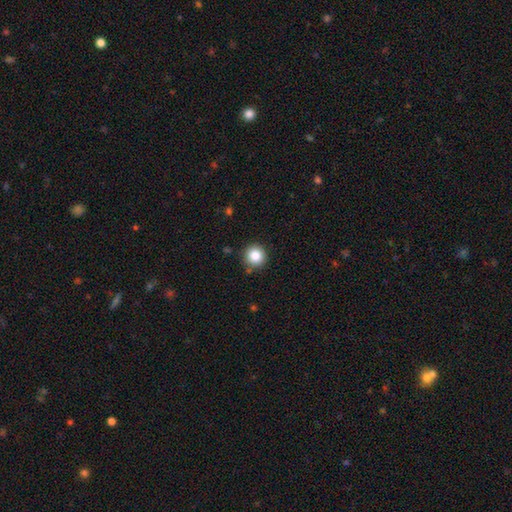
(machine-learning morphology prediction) Smooth or featured?
  - smooth: 86% *
  - star or artifact: 10%
  - featured or disk: 4%
How rounded?
  - round: 94% *
  - in between: 5%
  - cigar-shaped: 1%
Merging?
  - none: 87% *
  - minor disturbance: 8%
  - major disturbance: 2%
  - merger: 2%